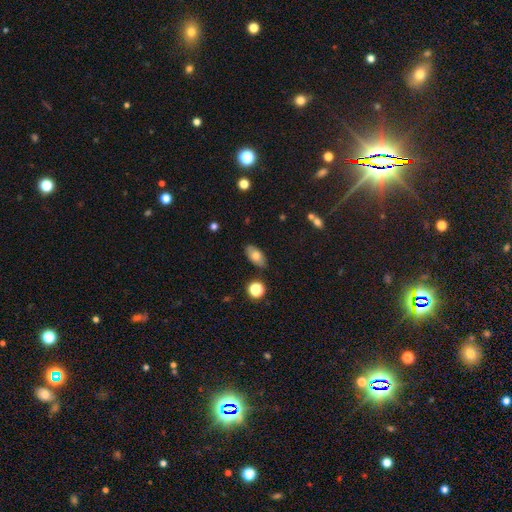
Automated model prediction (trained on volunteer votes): smooth_or_featured: smooth (p=0.73) [alt: featured or disk p=0.18]
how_rounded: in between (p=0.89) [alt: round p=0.06]
merging: none (p=0.83) [alt: minor disturbance p=0.12]